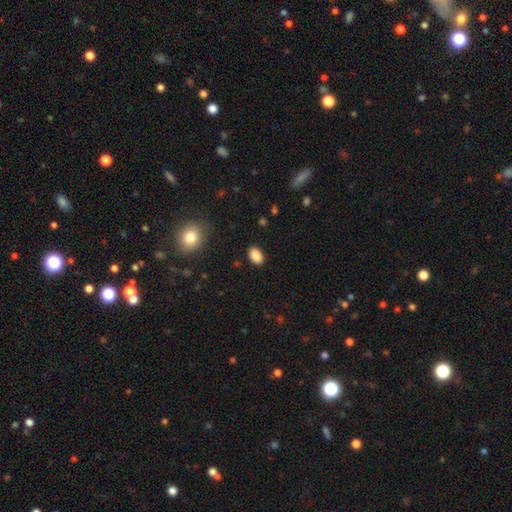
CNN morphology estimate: Smooth or featured: smooth — 88% (star or artifact — 9%)
How rounded: in between — 89% (round — 10%)
Merging: none — 88% (minor disturbance — 9%)